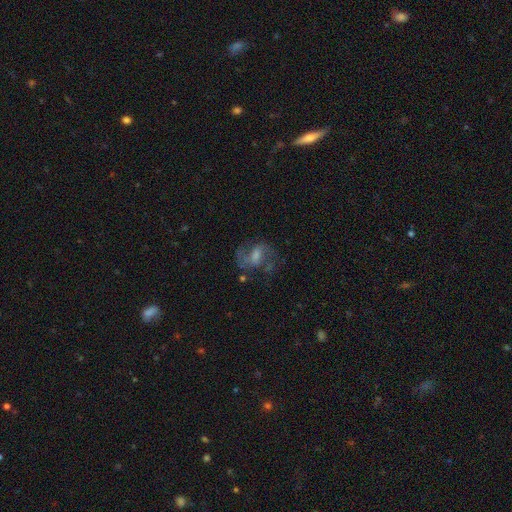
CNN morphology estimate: smooth-or-featured: featured or disk: 72% | smooth: 17% | star or artifact: 10%
  disk-edge-on: no: 97% | yes: 3%
    bar: weak: 53% | no: 29% | strong: 18%
    has-spiral-arms: yes: 88% | no: 12%
      spiral-winding: medium: 50% | loose: 36% | tight: 14%
      spiral-arm-count: 2: 77% | can't tell: 10% | 3: 5% | 1: 4% | 4: 2% | more than 4: 2%
    bulge-size: moderate: 40% | small: 29% | none: 17% | large: 12% | dominant: 2%
  merging: none: 59% | major disturbance: 19% | minor disturbance: 18% | merger: 3%